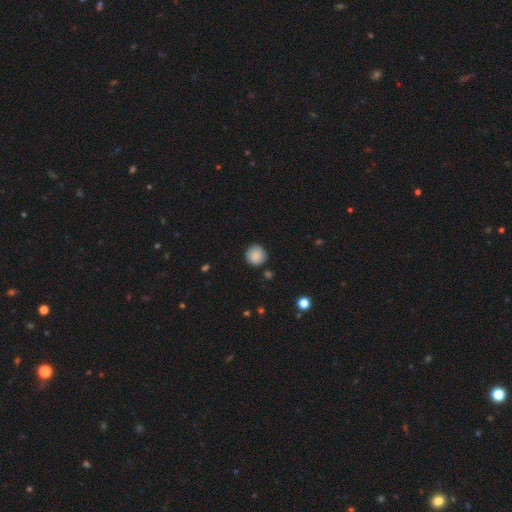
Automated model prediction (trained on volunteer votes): Smooth or featured: smooth — 86% (star or artifact — 8%)
How rounded: round — 92% (in between — 7%)
Merging: none — 83% (minor disturbance — 12%)